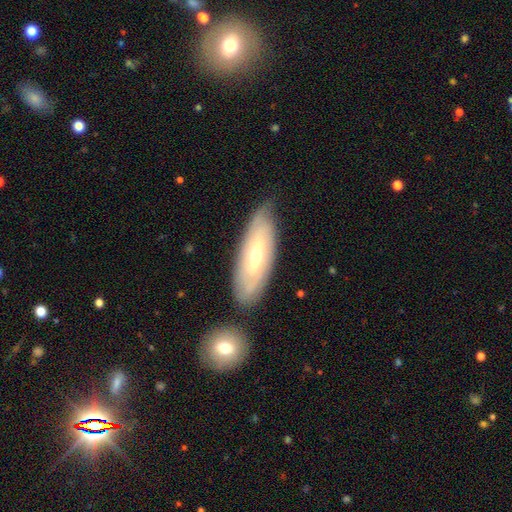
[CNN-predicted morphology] This appears to be a featured or disk galaxy (66%) with no bar (57%), spiral arms (77%) and a small central bulge (51%). Merging: none (74%).